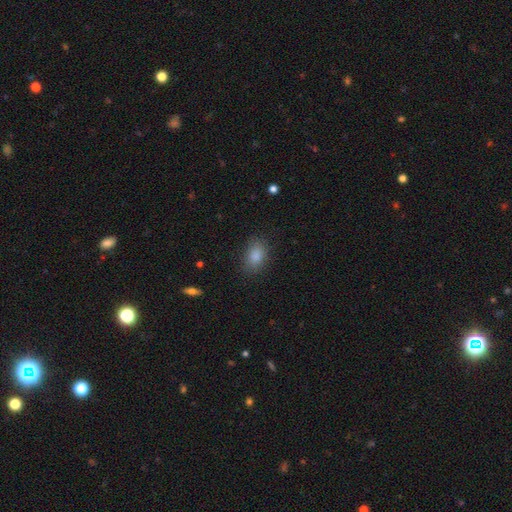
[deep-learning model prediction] A smooth galaxy with no disk features (86%) that is in between round and cigar-shaped (85%). Merging: none (81%).